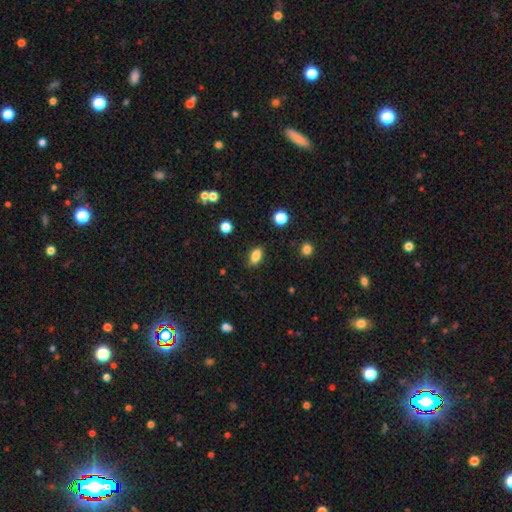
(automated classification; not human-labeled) Morphology: type=smooth (84%); roundness=in between (85%); merging=none (86%).